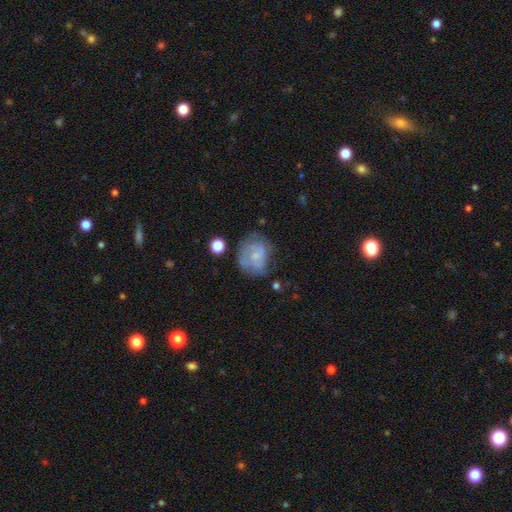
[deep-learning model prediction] Smooth or featured? smooth (46%)
Merging? none (49%)